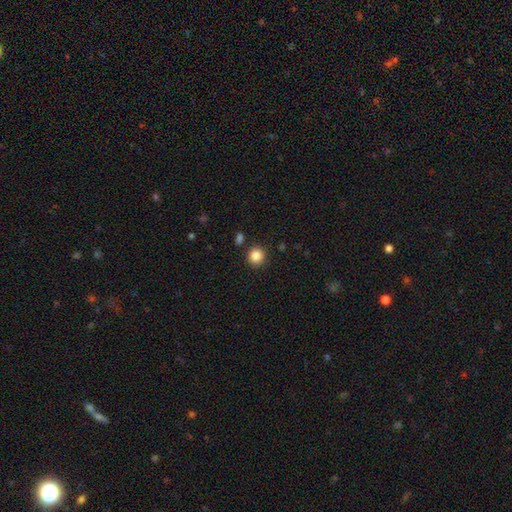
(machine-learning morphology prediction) smooth_or_featured: smooth (p=0.85) [alt: star or artifact p=0.10]
how_rounded: round (p=0.93) [alt: in between p=0.07]
merging: none (p=0.88) [alt: minor disturbance p=0.06]